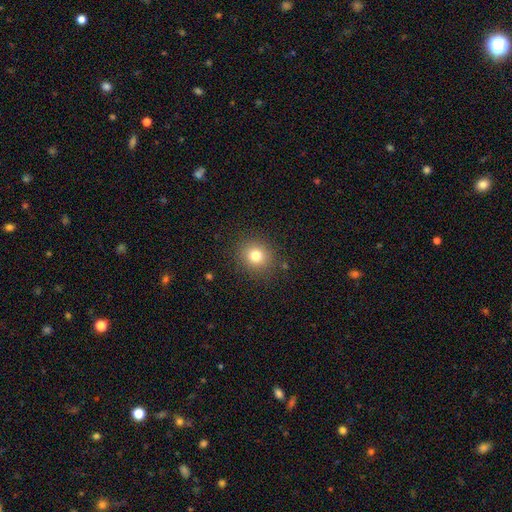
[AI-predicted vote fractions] Smooth or featured? Predicted: smooth (p=0.79). How rounded? Predicted: round (p=0.85). Merging? Predicted: none (p=0.88).